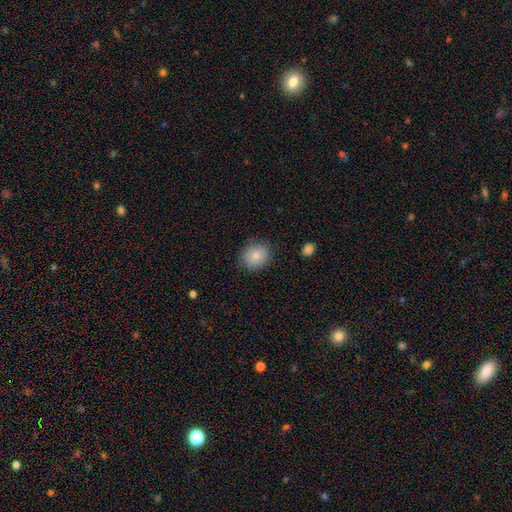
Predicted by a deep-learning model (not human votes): Smooth or featured? Predicted: smooth (p=0.83). How rounded? Predicted: round (p=0.63). Merging? Predicted: none (p=0.84).